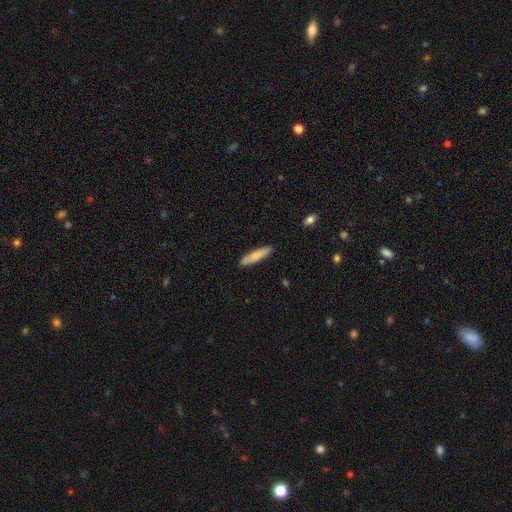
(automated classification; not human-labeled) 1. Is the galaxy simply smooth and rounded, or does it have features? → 83% smooth, 12% featured or disk, 6% star or artifact.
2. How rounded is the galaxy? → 79% cigar-shaped, 20% in between, 1% round.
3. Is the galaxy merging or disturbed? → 87% none, 10% minor disturbance, 2% major disturbance, 1% merger.